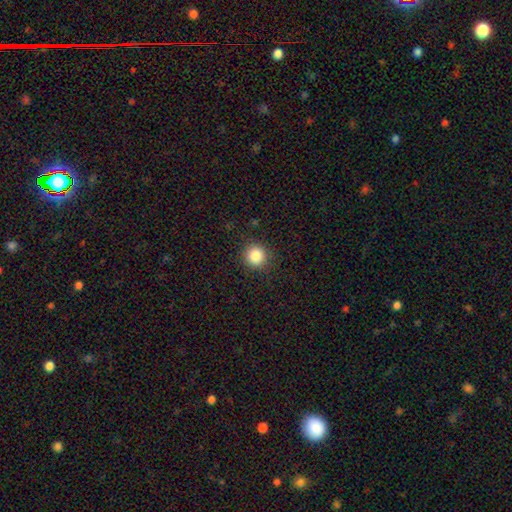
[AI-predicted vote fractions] Smooth or featured? smooth (85%)
How rounded? round (93%)
Merging? none (90%)